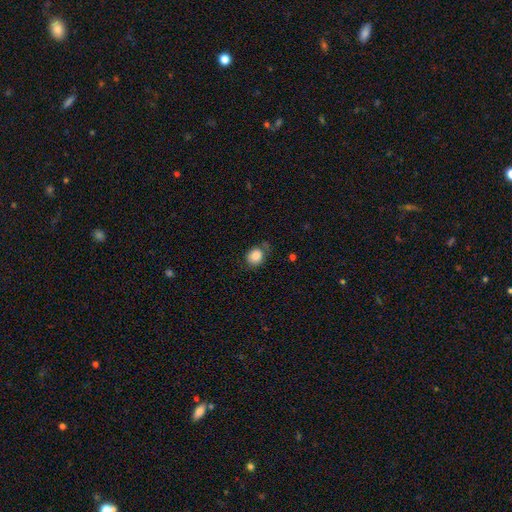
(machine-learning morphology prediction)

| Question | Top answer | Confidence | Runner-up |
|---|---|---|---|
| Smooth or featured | smooth | 86% | star or artifact (9%) |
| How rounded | round | 77% | in between (22%) |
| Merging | none | 67% | minor disturbance (22%) |